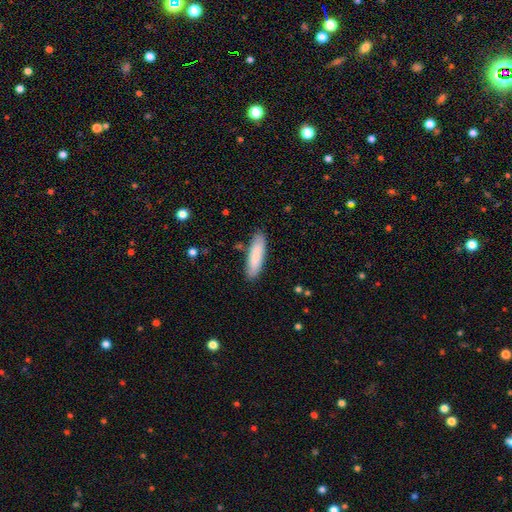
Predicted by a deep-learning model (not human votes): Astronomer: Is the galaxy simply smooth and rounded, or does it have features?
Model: smooth — 86%.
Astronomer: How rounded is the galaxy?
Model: cigar-shaped — 59% (runner-up: in between, 39%).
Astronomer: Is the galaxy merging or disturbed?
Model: none — 85%.